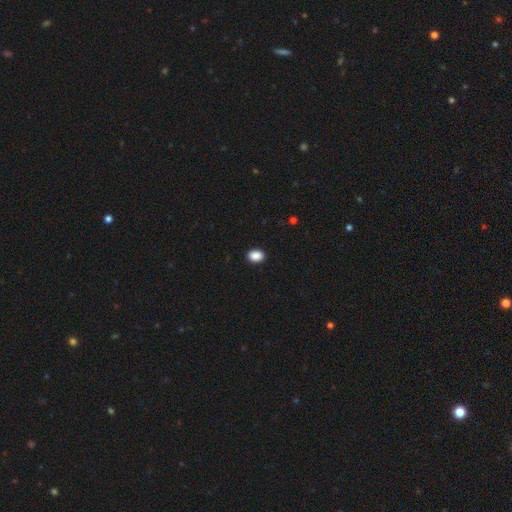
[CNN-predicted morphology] This is clearly a smooth galaxy (89%). How rounded: likely in between (74%). Merging: clearly none (91%).